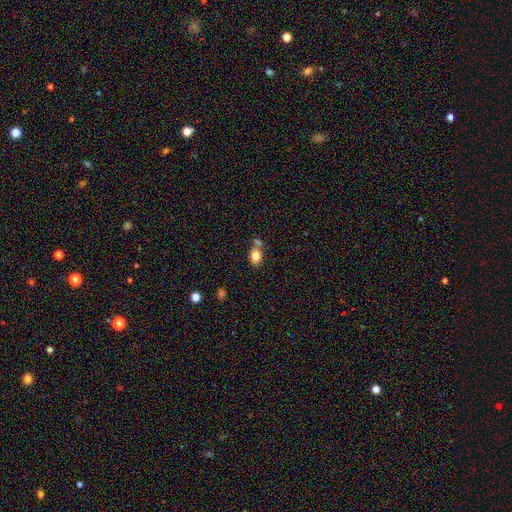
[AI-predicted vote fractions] This is clearly a smooth galaxy (82%). How rounded: likely in between (65%). Merging: possibly none (51%).